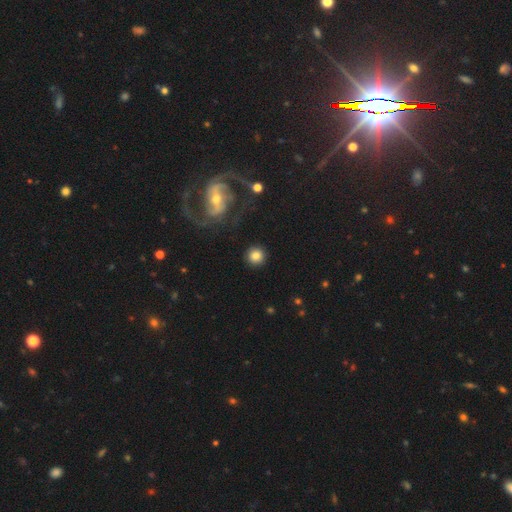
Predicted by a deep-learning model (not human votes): The model was most divided on "smooth or featured": smooth: 79%, featured or disk: 12%, star or artifact: 9%. More confident: how rounded — round (94%); merging — none (89%).